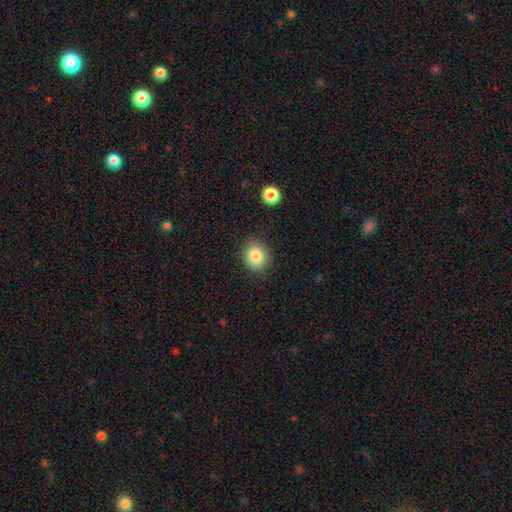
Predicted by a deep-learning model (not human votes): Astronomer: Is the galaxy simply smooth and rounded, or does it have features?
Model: smooth — 83%.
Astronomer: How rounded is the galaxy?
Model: round — 77%.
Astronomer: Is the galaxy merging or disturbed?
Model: none — 85%.